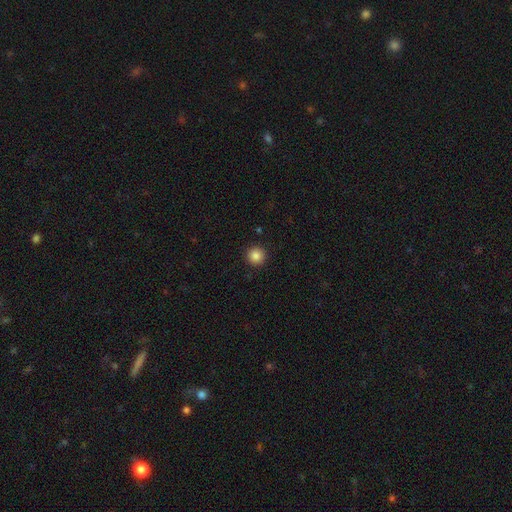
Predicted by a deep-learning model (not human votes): smooth_or_featured: smooth (p=0.85) [alt: star or artifact p=0.11]
how_rounded: round (p=0.96) [alt: in between p=0.03]
merging: none (p=0.93) [alt: minor disturbance p=0.05]